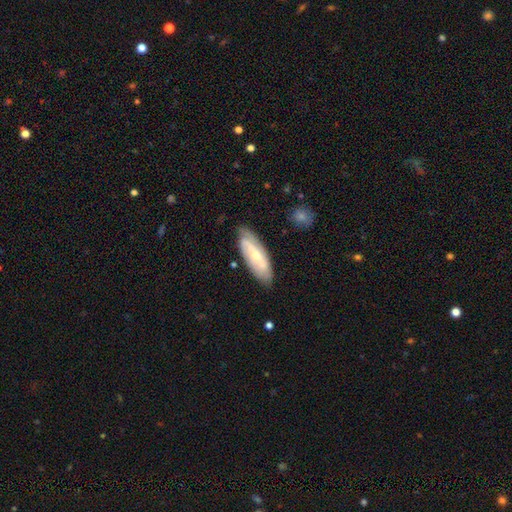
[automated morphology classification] smooth_or_featured: featured or disk (p=0.63) [alt: smooth p=0.32]
disk_edge_on: no (p=0.80) [alt: yes p=0.20]
bar: weak (p=0.33) [tied with: no p=0.33, strong p=0.33]
has_spiral_arms: yes (p=0.74) [alt: no p=0.26]
bulge_size: small (p=0.54) [alt: moderate p=0.42]
merging: none (p=0.77) [alt: minor disturbance p=0.17]